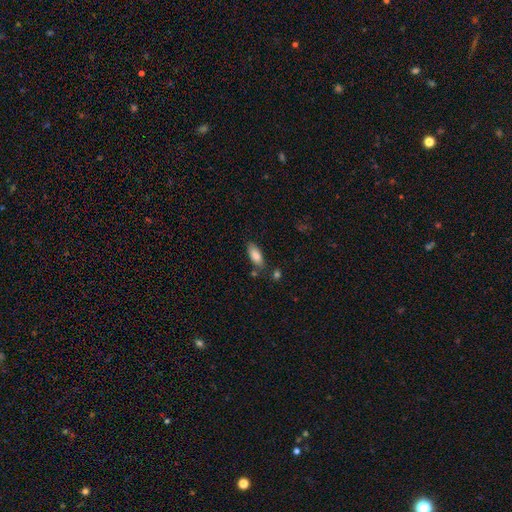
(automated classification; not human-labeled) Smooth or featured? smooth (85%)
How rounded? in between (81%)
Merging? none (72%)